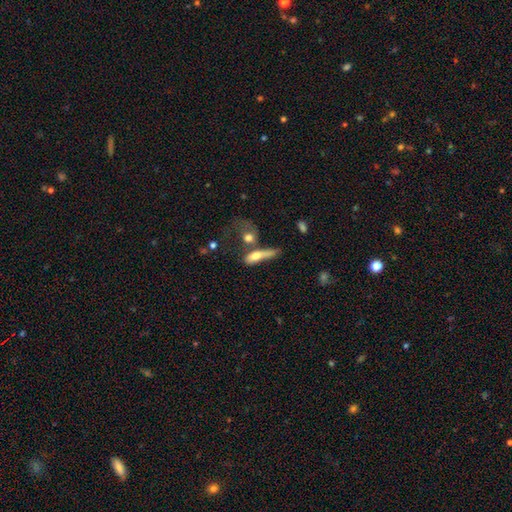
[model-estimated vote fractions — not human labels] Smooth or featured: smooth — 65% (featured or disk — 27%)
How rounded: cigar-shaped — 53% (in between — 39%)
Merging: merger — 38% (none — 24%)